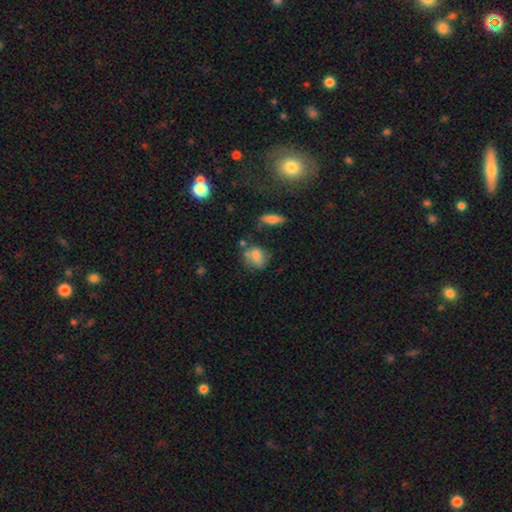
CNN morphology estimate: smooth_or_featured: smooth (p=0.71) [alt: featured or disk p=0.18]
how_rounded: round (p=0.54) [alt: in between p=0.44]
merging: none (p=0.50) [alt: minor disturbance p=0.27]